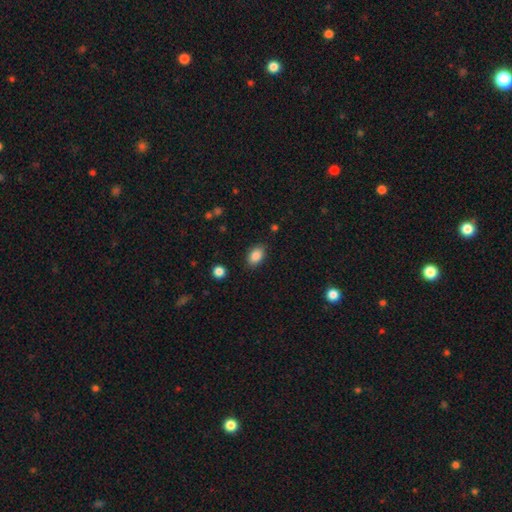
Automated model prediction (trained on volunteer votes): A smooth galaxy with no disk features (87%) that is in between round and cigar-shaped (88%).

Vote fractions:
- Smooth or featured? smooth: 87% / star or artifact: 8% / featured or disk: 5%
- How rounded? in between: 88% / round: 11% / cigar-shaped: 2%
- Merging? none: 86% / minor disturbance: 10% / major disturbance: 3% / merger: 1%